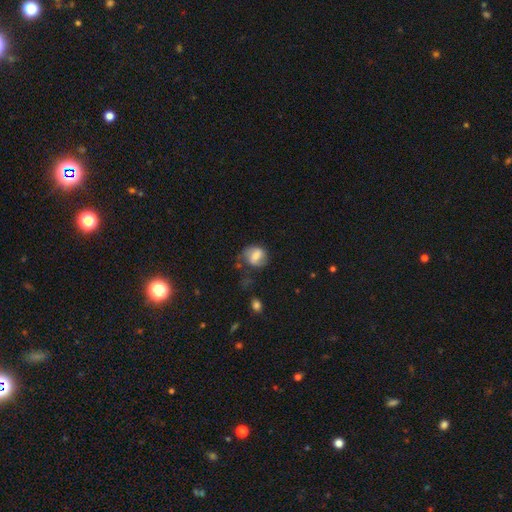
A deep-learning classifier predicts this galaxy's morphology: Smooth or featured?
  - smooth: 56% *
  - featured or disk: 35%
  - star or artifact: 9%
How rounded?
  - round: 54% *
  - in between: 44%
  - cigar-shaped: 2%
Merging?
  - none: 49% *
  - minor disturbance: 28%
  - major disturbance: 17%
  - merger: 6%